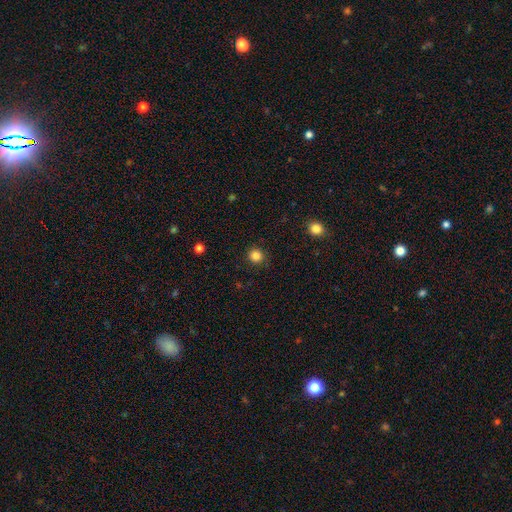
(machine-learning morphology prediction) The model was most divided on "smooth or featured": smooth: 84%, star or artifact: 12%, featured or disk: 4%. More confident: how rounded — round (93%); merging — none (90%).